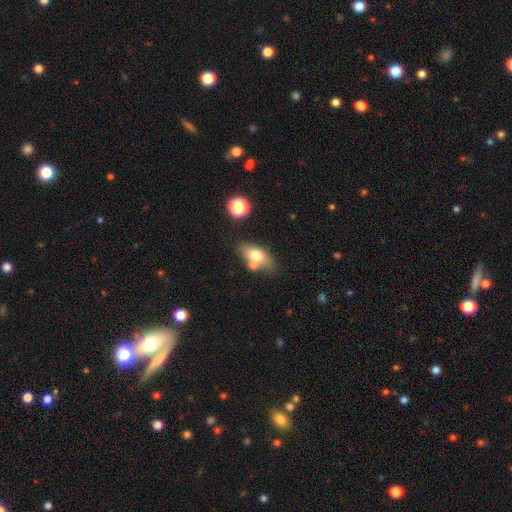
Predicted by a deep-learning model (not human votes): Smooth or featured: smooth — 70% (featured or disk — 21%)
How rounded: in between — 82% (round — 10%)
Merging: none — 59% (merger — 21%)